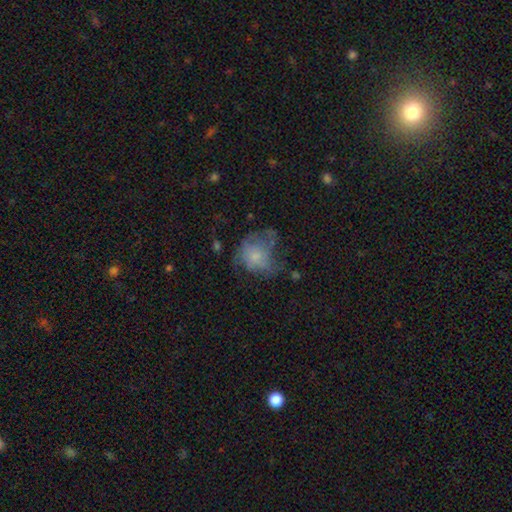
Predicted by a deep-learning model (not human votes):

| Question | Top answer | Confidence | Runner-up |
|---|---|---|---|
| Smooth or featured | smooth | 54% | featured or disk (34%) |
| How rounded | round | 59% | in between (40%) |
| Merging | major disturbance | 39% | none (33%) |